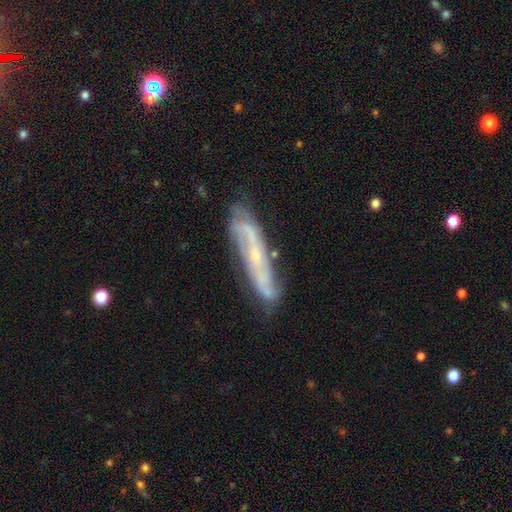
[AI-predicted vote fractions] smooth-or-featured: featured or disk: 78% | smooth: 14% | star or artifact: 7%
  disk-edge-on: no: 66% | yes: 34%
    bar: no: 49% | weak: 33% | strong: 18%
    has-spiral-arms: yes: 91% | no: 9%
    bulge-size: small: 76% | moderate: 17% | none: 5% | large: 1% | dominant: 1%
  merging: none: 74% | minor disturbance: 18% | major disturbance: 5% | merger: 3%